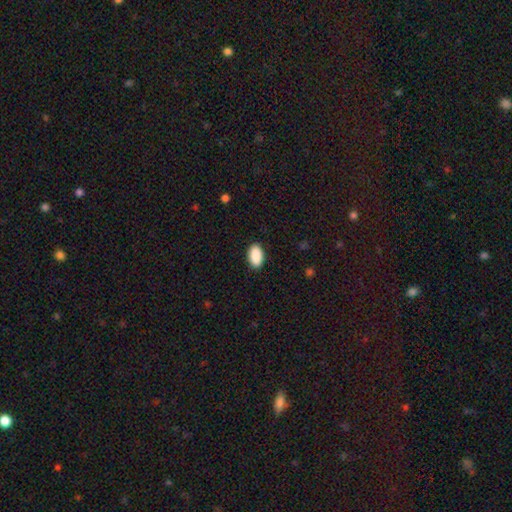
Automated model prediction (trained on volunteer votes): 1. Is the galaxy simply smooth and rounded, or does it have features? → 91% smooth, 6% star or artifact, 3% featured or disk.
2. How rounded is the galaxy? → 94% in between, 4% round, 1% cigar-shaped.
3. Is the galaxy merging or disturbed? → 90% none, 8% minor disturbance, 2% major disturbance, 1% merger.